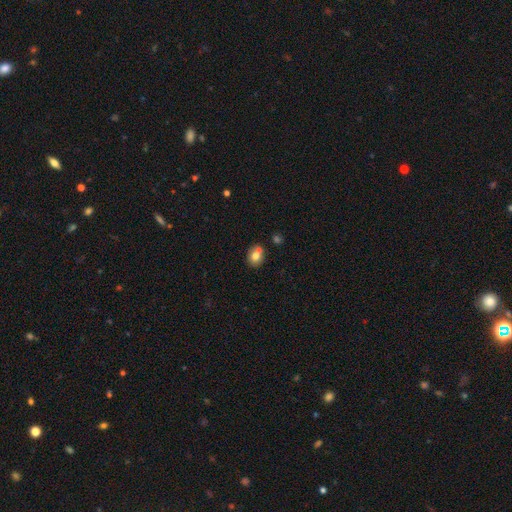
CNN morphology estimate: Smooth or featured?
  - smooth: 76% *
  - featured or disk: 14%
  - star or artifact: 10%
How rounded?
  - round: 63% *
  - in between: 36%
  - cigar-shaped: 1%
Merging?
  - none: 56% *
  - merger: 30%
  - minor disturbance: 12%
  - major disturbance: 3%